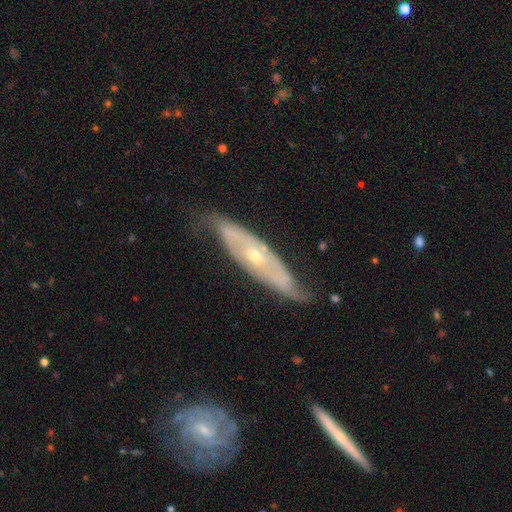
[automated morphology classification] Smooth or featured? Predicted: featured or disk (p=0.76). Edge-on disk? Predicted: no (p=0.71). Bar? Predicted: no (p=0.78). Spiral arms? Predicted: yes (p=0.72). Bulge size? Predicted: small (p=0.61). Merging? Predicted: none (p=0.65).